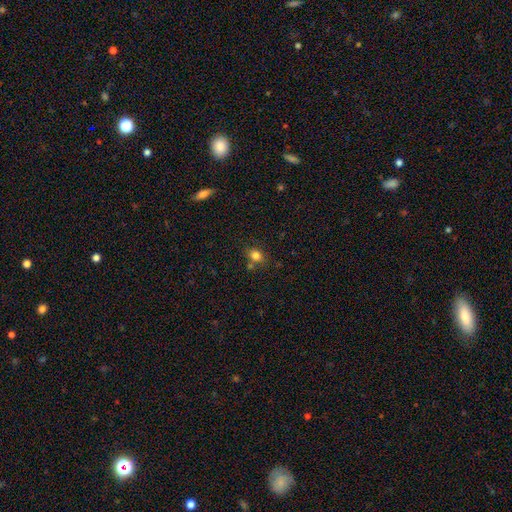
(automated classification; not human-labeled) Smooth or featured: smooth — 81% (star or artifact — 12%)
How rounded: in between — 55% (round — 44%)
Merging: none — 67% (merger — 15%)